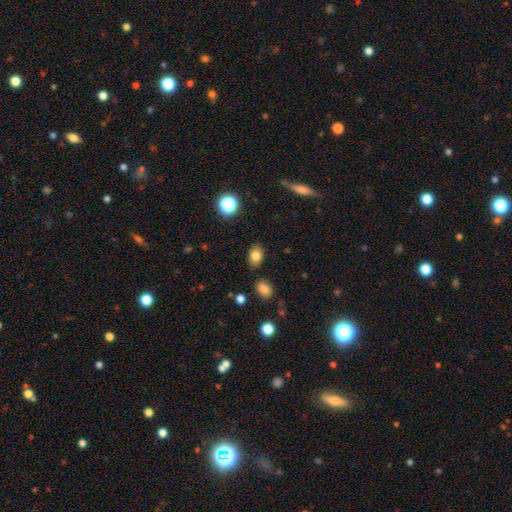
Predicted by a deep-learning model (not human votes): smooth 81%, star or artifact 11%, featured or disk 8%. Down the decision tree: how rounded — in between (75%); merging — none (85%).